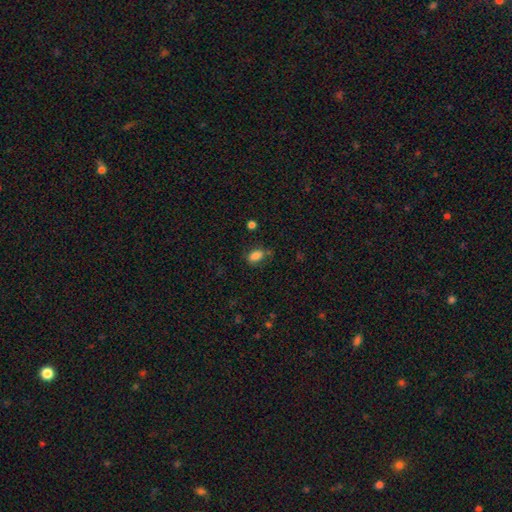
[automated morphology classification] smooth_or_featured: smooth (p=0.84) [alt: star or artifact p=0.11]
how_rounded: in between (p=0.88) [alt: round p=0.09]
merging: none (p=0.67) [alt: minor disturbance p=0.22]